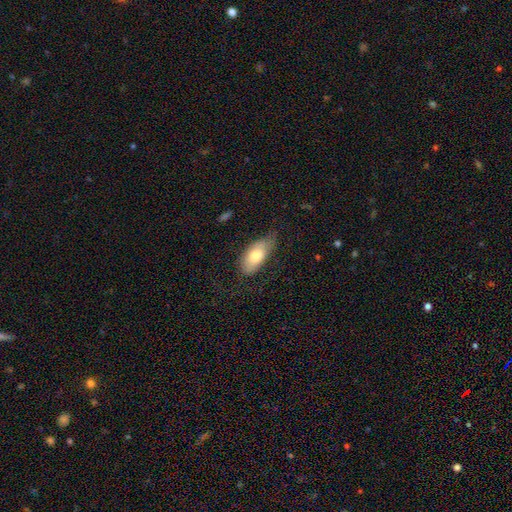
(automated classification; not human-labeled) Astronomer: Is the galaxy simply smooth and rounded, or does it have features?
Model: smooth — 71%.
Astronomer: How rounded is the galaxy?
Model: in between — 89%.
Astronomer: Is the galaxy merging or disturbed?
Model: none — 56% (runner-up: minor disturbance, 31%).